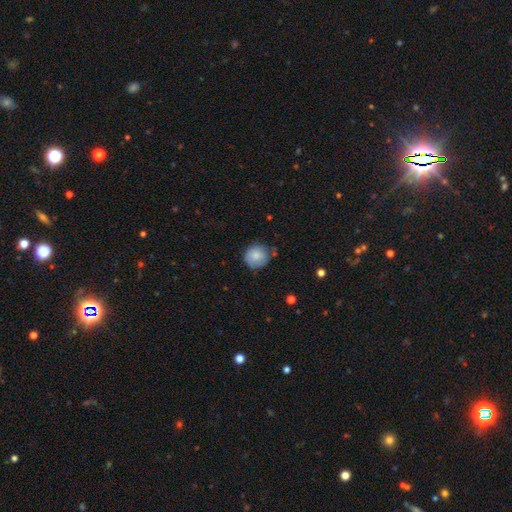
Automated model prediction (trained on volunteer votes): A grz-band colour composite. It shows a smooth galaxy with no disk features (82%) that is round (88%). Merging: none (69%).